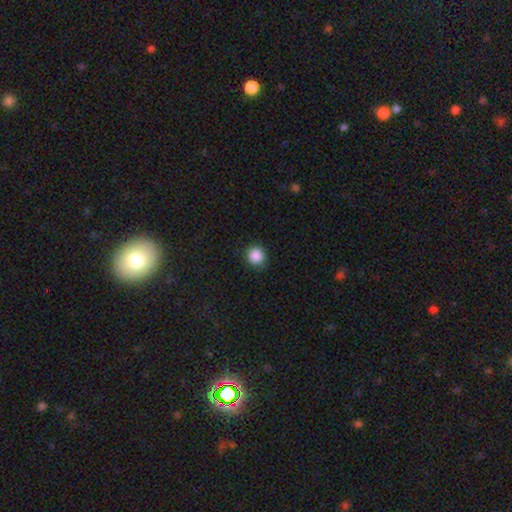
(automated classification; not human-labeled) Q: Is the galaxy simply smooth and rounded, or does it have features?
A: smooth — 88%.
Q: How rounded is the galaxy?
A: round — 92%.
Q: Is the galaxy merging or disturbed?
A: none — 89%.